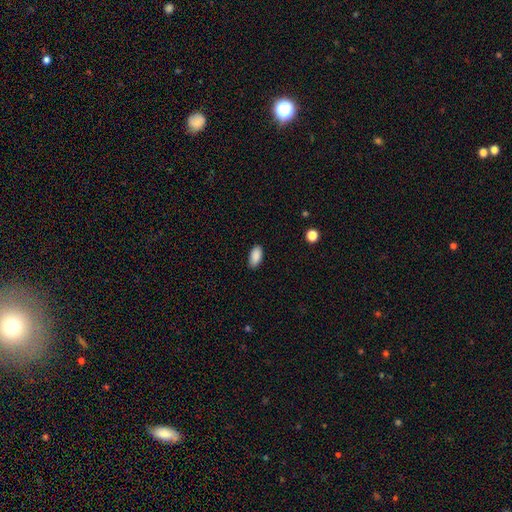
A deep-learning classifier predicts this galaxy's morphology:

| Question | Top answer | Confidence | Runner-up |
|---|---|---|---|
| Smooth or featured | smooth | 90% | star or artifact (7%) |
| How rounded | in between | 93% | cigar-shaped (5%) |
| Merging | none | 86% | minor disturbance (11%) |